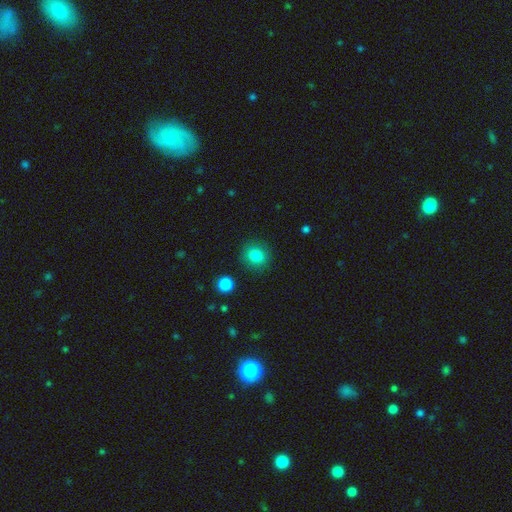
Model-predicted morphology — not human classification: Smooth or featured? Predicted: smooth (p=0.83). How rounded? Predicted: round (p=0.86). Merging? Predicted: none (p=0.88).